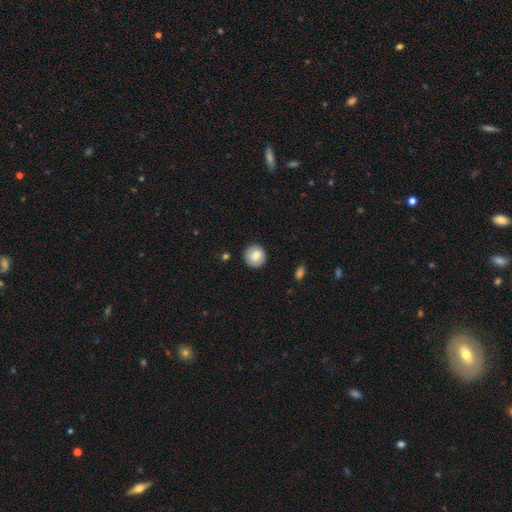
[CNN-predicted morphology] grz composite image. It shows a smooth galaxy with no disk features (79%) that is round (92%). Merging: none (88%).